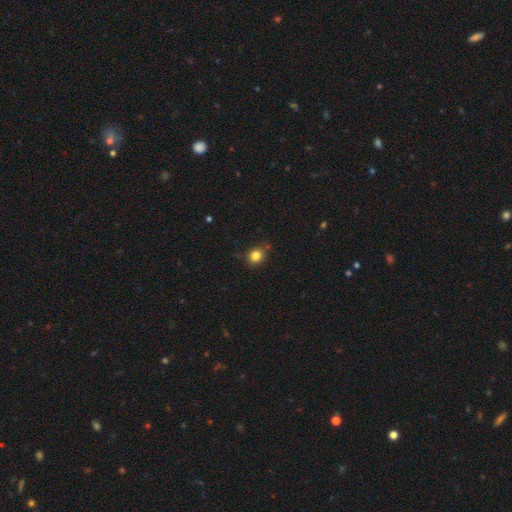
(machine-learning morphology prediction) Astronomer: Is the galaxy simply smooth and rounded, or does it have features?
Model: smooth — 82%.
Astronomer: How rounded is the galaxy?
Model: round — 72%.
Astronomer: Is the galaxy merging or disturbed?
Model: none — 79%.